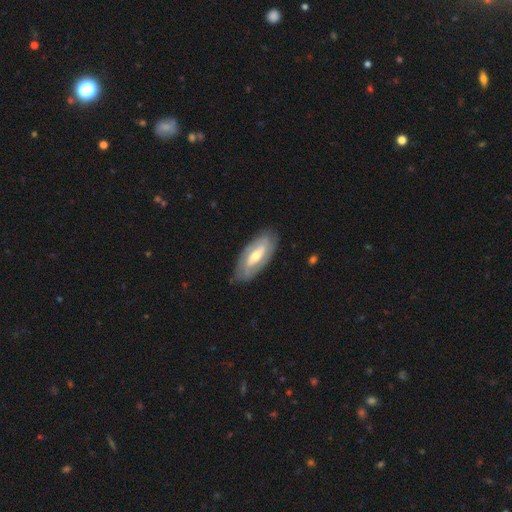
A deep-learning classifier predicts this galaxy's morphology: Smooth or featured? Predicted: featured or disk (p=0.73). Edge-on disk? Predicted: no (p=0.87). Bar? Predicted: weak (p=0.40). Spiral arms? Predicted: yes (p=0.79). Spiral winding? Predicted: tight (p=0.45). Spiral arm count? Predicted: 2 (p=0.72). Bulge size? Predicted: moderate (p=0.63). Merging? Predicted: none (p=0.84).